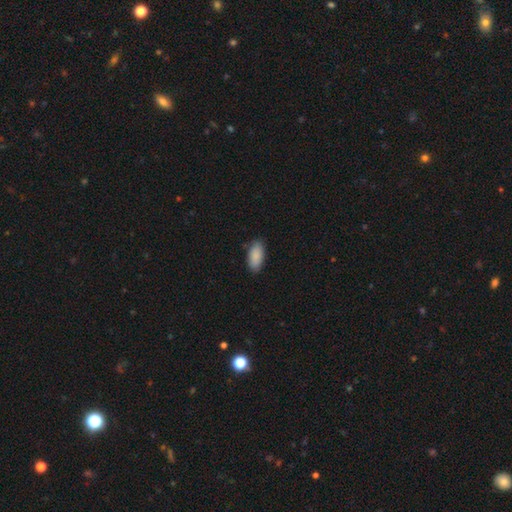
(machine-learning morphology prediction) This is clearly a smooth galaxy (89%). How rounded: clearly in between (91%). Merging: clearly none (84%).